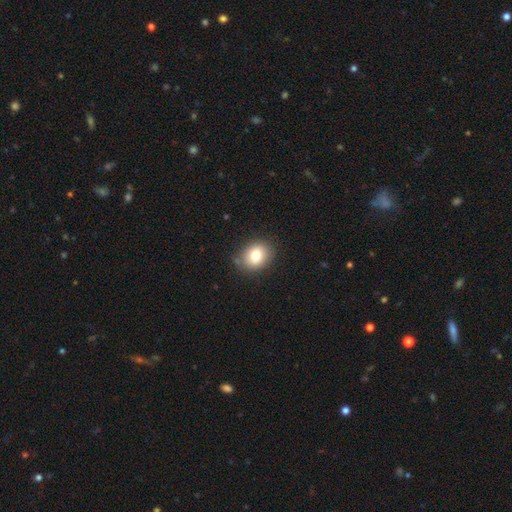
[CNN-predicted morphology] type=smooth (79%); roundness=round (58%); merging=none (83%).